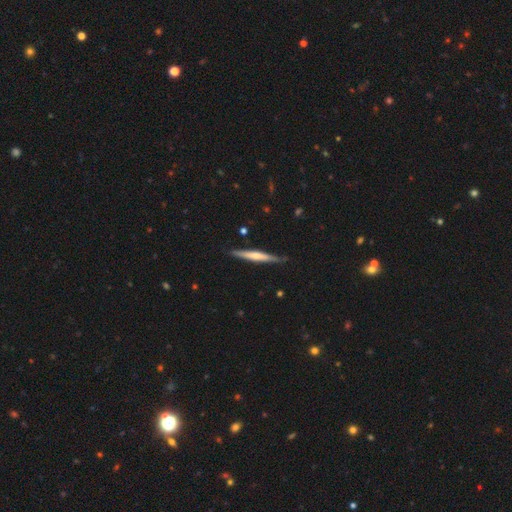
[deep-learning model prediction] Smooth or featured? Predicted: featured or disk (p=0.54). Edge-on disk? Predicted: yes (p=0.96). Edge-on bulge? Predicted: rounded (p=0.52). Merging? Predicted: none (p=0.83).